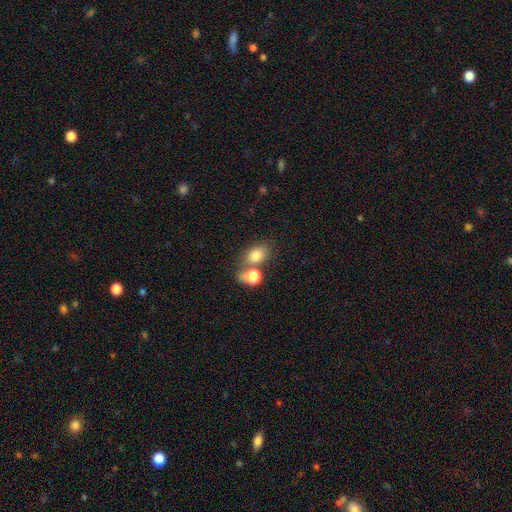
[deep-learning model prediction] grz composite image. It shows a smooth galaxy with no disk features (77%) that is in between round and cigar-shaped (71%). Merging: none (52%).